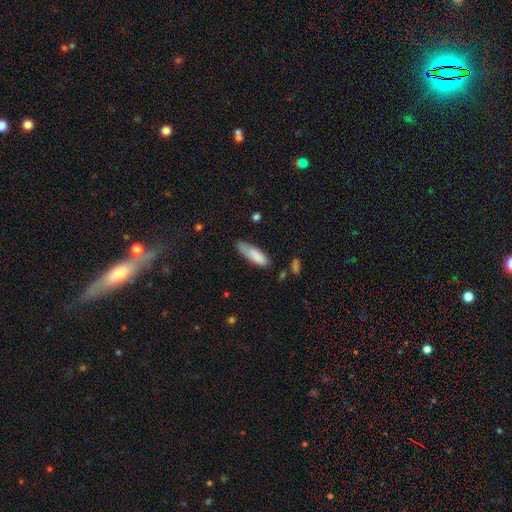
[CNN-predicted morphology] This appears to be a smooth galaxy with no disk features (84%) that is in between round and cigar-shaped (50%). Merging: none (52%).